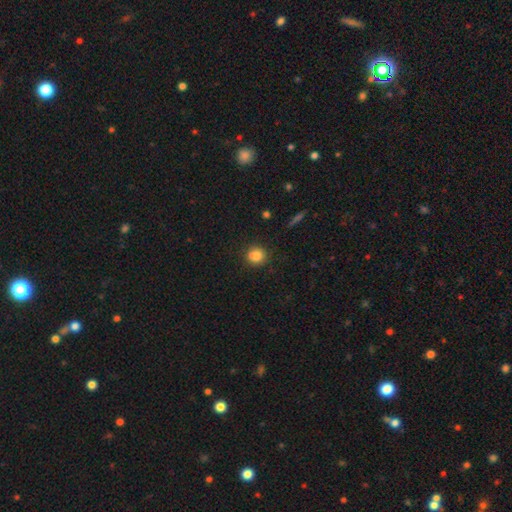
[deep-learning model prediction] Smooth or featured? smooth (83%)
How rounded? round (86%)
Merging? none (79%)